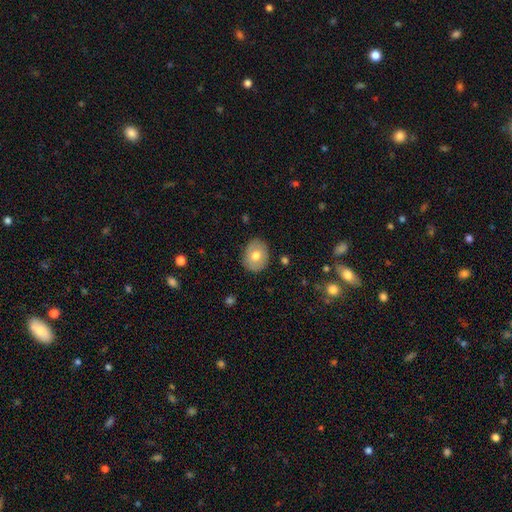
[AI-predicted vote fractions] This appears to be a smooth galaxy with no disk features (72%) that is in between round and cigar-shaped (51%). Merging: none (86%).